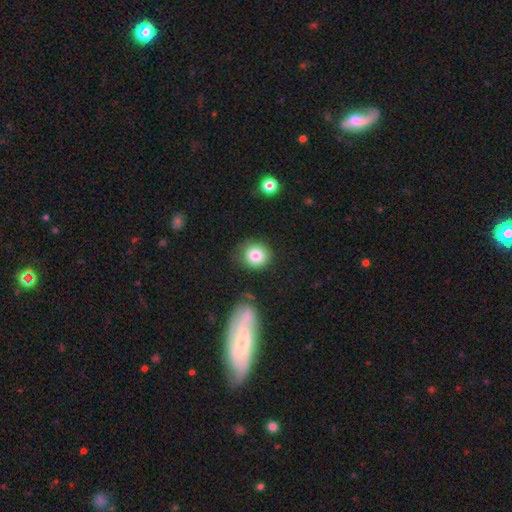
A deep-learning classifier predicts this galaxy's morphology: Q: Smooth or featured?
A: smooth (83%); runner-up: star or artifact (9%)
Q: How rounded?
A: round (87%); runner-up: in between (12%)
Q: Merging?
A: none (78%); runner-up: minor disturbance (14%)